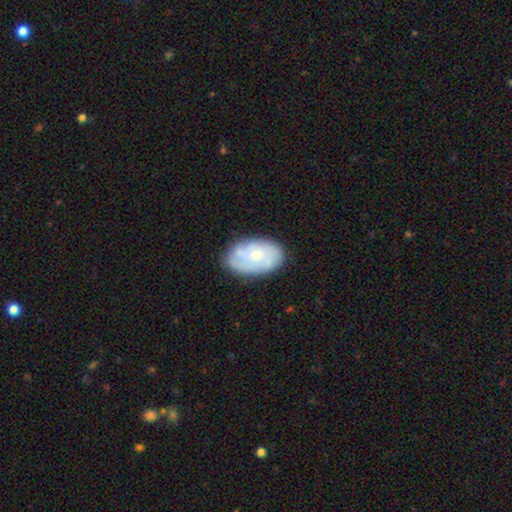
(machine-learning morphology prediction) This appears to be a featured or disk galaxy (48%). Merging: none (72%).